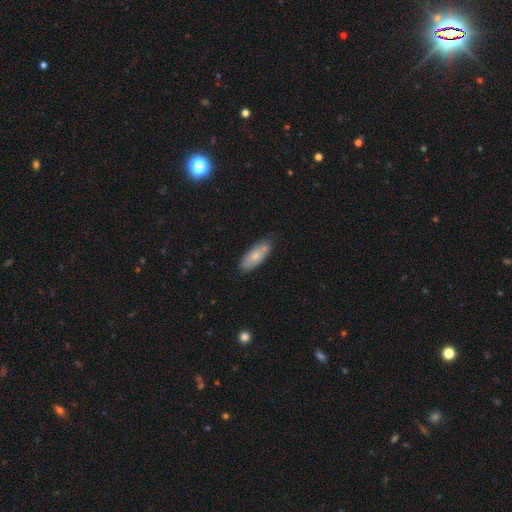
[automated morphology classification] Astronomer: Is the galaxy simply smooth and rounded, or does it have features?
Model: smooth — 72%.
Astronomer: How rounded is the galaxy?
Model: in between — 72%.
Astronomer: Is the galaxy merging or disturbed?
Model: none — 78%.